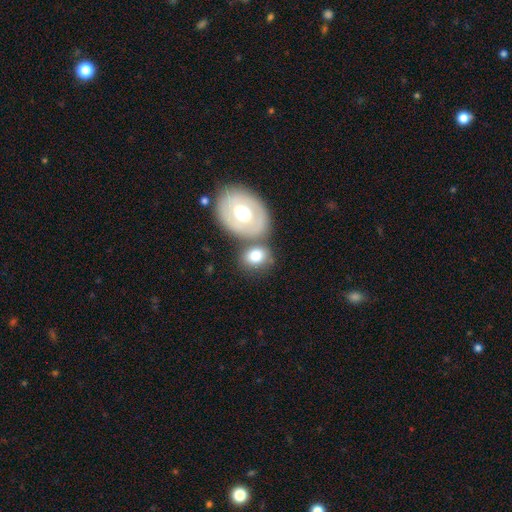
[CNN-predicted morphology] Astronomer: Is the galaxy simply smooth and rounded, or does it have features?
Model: smooth — 68%.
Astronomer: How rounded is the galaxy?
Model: in between — 58% (runner-up: round, 41%).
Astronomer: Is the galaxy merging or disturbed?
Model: none — 55%.